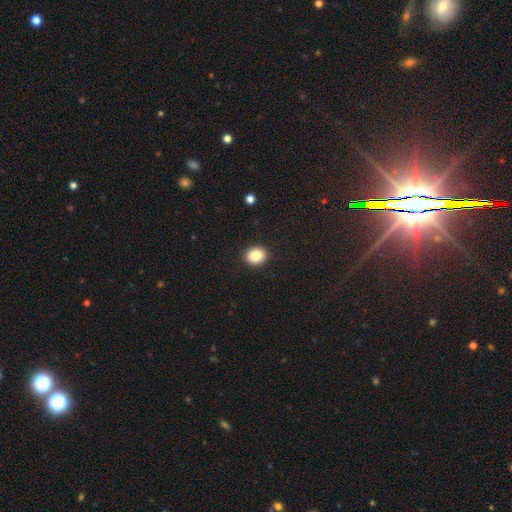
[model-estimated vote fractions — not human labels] smooth 84%, star or artifact 10%, featured or disk 6%. Down the decision tree: how rounded — round (72%); merging — none (92%).